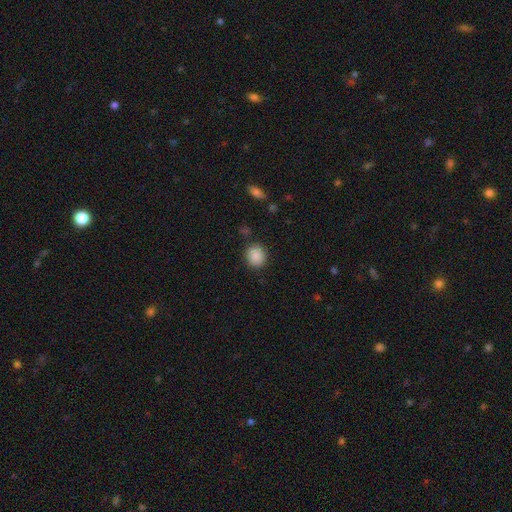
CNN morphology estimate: Smooth or featured?
  - smooth: 88% *
  - star or artifact: 8%
  - featured or disk: 3%
How rounded?
  - round: 79% *
  - in between: 20%
  - cigar-shaped: 1%
Merging?
  - none: 86% *
  - minor disturbance: 9%
  - major disturbance: 3%
  - merger: 2%